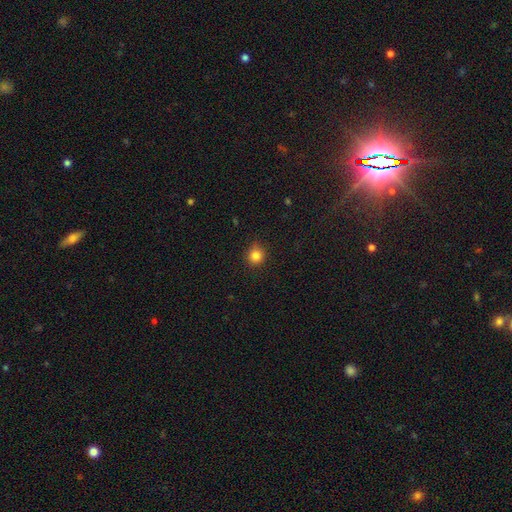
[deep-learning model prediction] A smooth galaxy with no disk features (84%) that is round (89%). Merging: none (87%).